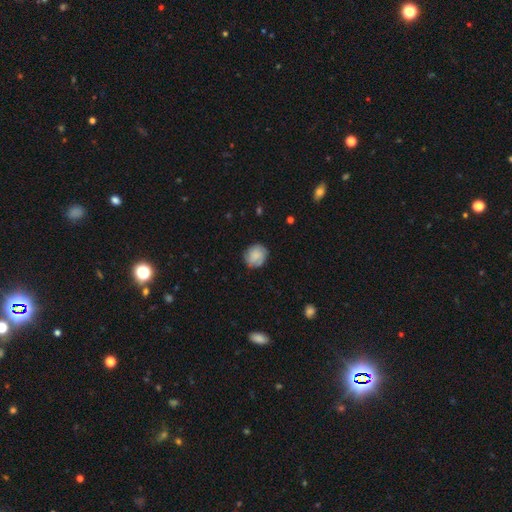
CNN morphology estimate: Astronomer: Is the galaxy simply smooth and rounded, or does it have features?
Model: smooth — 68%.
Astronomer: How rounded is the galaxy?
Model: round — 76%.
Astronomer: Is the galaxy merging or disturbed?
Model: none — 79%.